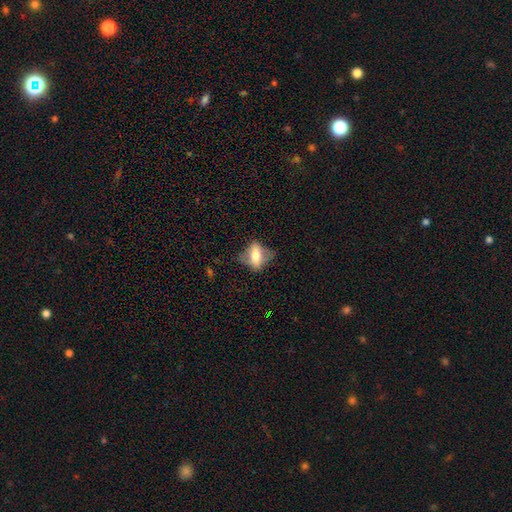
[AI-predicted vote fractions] The model was most divided on "smooth or featured": smooth: 47%, featured or disk: 43%, star or artifact: 9%. More confident: merging — none (57%).